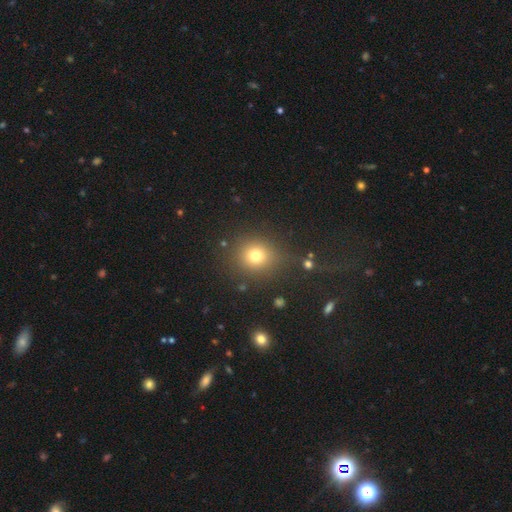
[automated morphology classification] This is likely a smooth galaxy (74%). How rounded: clearly round (85%). Merging: clearly none (82%).